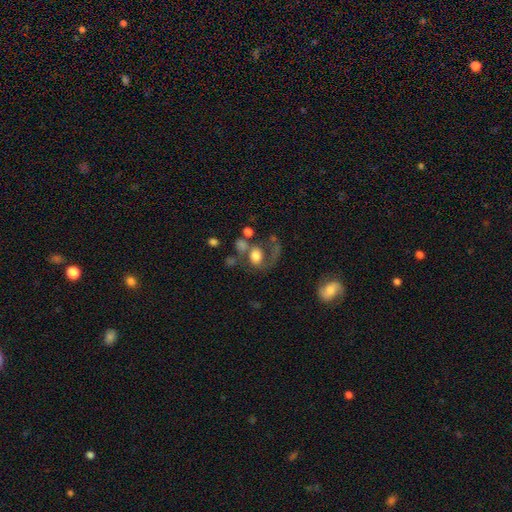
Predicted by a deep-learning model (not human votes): Morphology: type=smooth (50%); merging=major disturbance (35%).